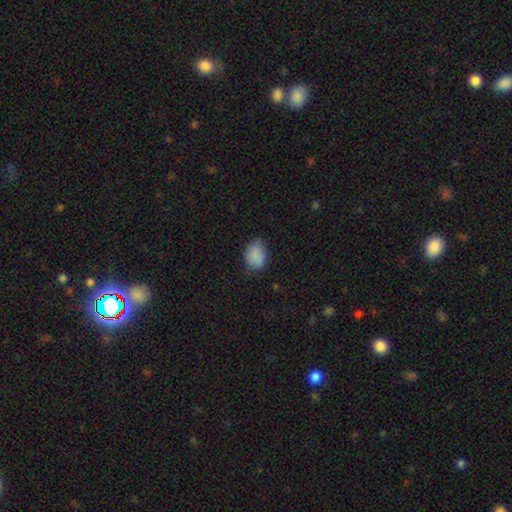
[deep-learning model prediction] Smooth or featured? smooth (86%)
How rounded? in between (69%)
Merging? none (65%)